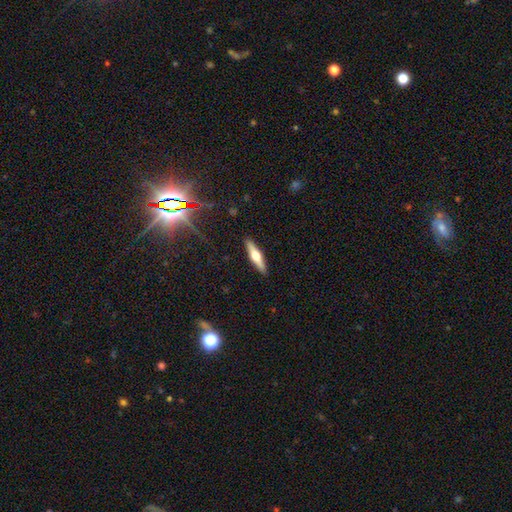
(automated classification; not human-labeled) Smooth or featured?
  - featured or disk: 58% *
  - smooth: 36%
  - star or artifact: 6%
Edge-on disk?
  - yes: 95% *
  - no: 5%
Edge-on bulge?
  - rounded: 94% *
  - boxy: 3%
  - none: 2%
Merging?
  - none: 91% *
  - minor disturbance: 7%
  - major disturbance: 1%
  - merger: 1%